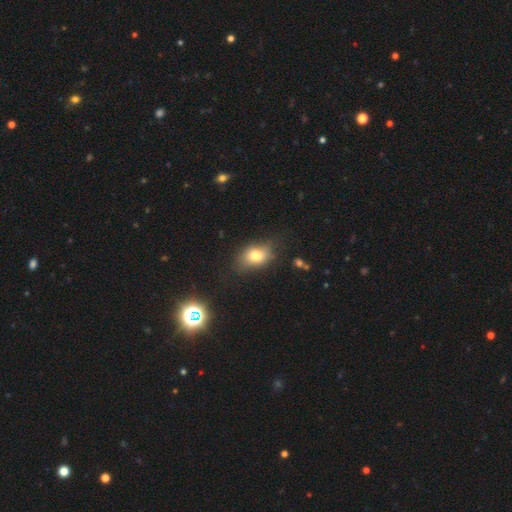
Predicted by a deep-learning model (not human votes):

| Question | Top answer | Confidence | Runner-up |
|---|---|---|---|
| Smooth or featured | smooth | 75% | featured or disk (13%) |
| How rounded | in between | 74% | round (25%) |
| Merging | none | 69% | minor disturbance (22%) |